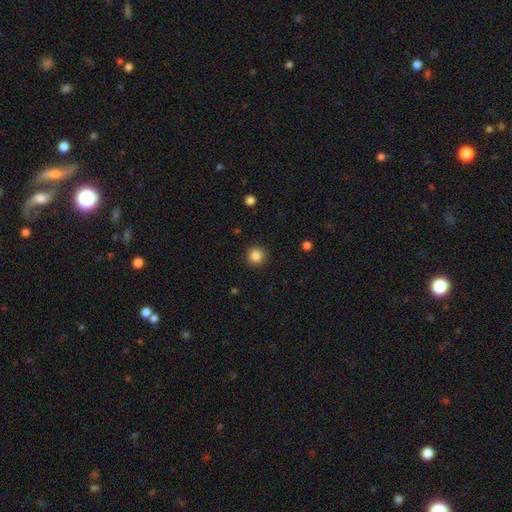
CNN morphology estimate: smooth_or_featured: smooth (p=0.85) [alt: star or artifact p=0.11]
how_rounded: round (p=0.95) [alt: in between p=0.04]
merging: none (p=0.92) [alt: minor disturbance p=0.05]